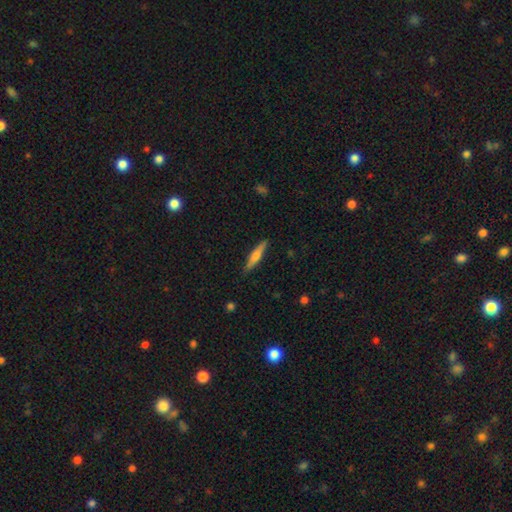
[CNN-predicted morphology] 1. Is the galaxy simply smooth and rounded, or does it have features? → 54% smooth, 41% featured or disk, 6% star or artifact.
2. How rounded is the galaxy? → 88% cigar-shaped, 10% in between, 2% round.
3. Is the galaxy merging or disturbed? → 88% none, 9% minor disturbance, 2% major disturbance, 1% merger.